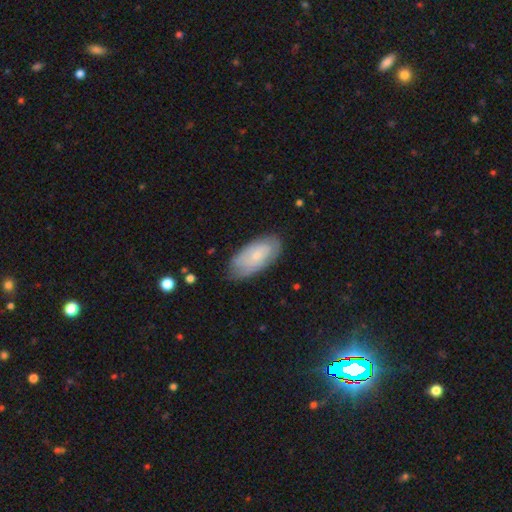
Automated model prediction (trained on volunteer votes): A smooth galaxy with no disk features (53%) that is in between round and cigar-shaped (91%).

Vote fractions:
- Smooth or featured? smooth: 53% / featured or disk: 41% / star or artifact: 6%
- How rounded? in between: 91% / cigar-shaped: 7% / round: 3%
- Merging? none: 72% / minor disturbance: 22% / major disturbance: 5% / merger: 1%